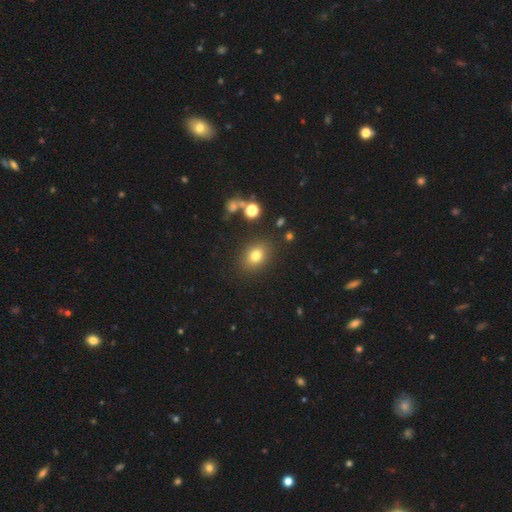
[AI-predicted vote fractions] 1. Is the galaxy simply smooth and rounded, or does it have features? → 77% smooth, 14% star or artifact, 9% featured or disk.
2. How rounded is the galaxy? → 57% in between, 41% round, 1% cigar-shaped.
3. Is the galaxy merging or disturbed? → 84% none, 10% minor disturbance, 4% major disturbance, 3% merger.